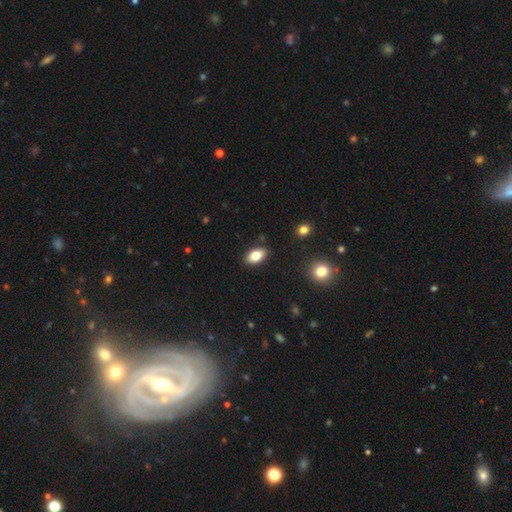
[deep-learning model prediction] This is clearly a smooth galaxy (81%). How rounded: clearly in between (91%). Merging: clearly none (87%).